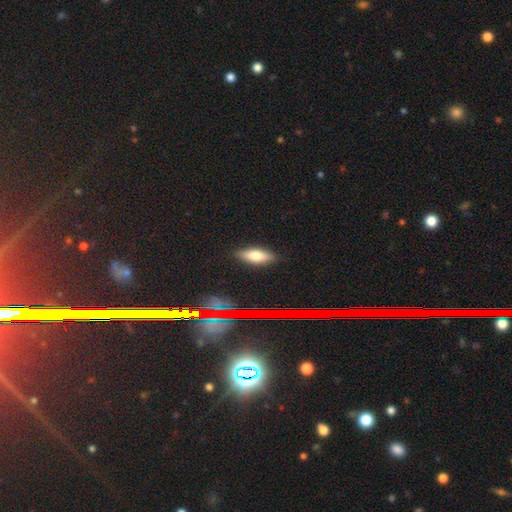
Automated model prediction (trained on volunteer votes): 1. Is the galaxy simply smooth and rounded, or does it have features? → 70% smooth, 20% featured or disk, 11% star or artifact.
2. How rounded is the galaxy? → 69% in between, 28% cigar-shaped, 3% round.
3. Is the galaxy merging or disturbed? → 87% none, 9% minor disturbance, 2% major disturbance, 1% merger.